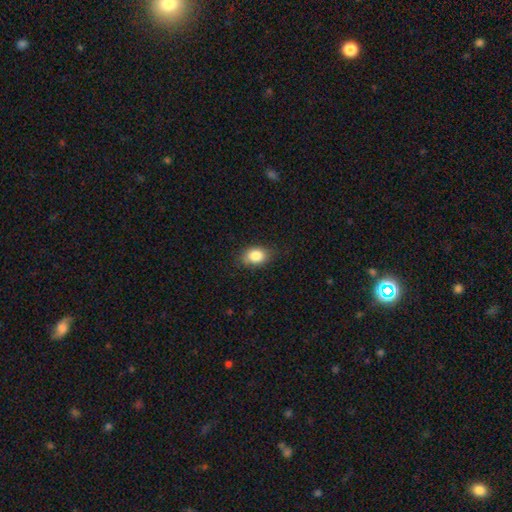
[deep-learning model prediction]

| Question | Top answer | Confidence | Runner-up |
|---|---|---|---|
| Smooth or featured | smooth | 84% | star or artifact (8%) |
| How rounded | in between | 76% | round (22%) |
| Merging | none | 78% | minor disturbance (17%) |